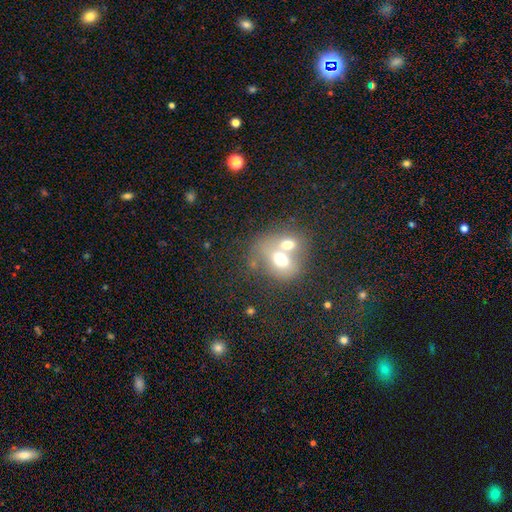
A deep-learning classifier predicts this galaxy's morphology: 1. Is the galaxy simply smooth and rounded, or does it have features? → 52% smooth, 29% featured or disk, 19% star or artifact.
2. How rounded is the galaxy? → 64% round, 34% in between, 2% cigar-shaped.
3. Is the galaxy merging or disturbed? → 60% merger, 26% none, 8% minor disturbance, 6% major disturbance.